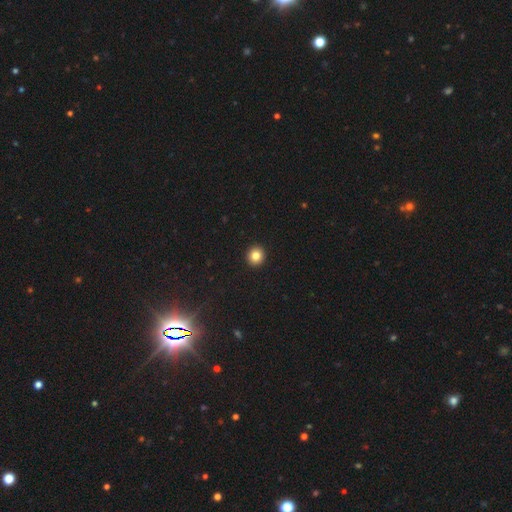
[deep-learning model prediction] Overall: smooth (83%). How rounded: round (91%). Merging: none (94%).